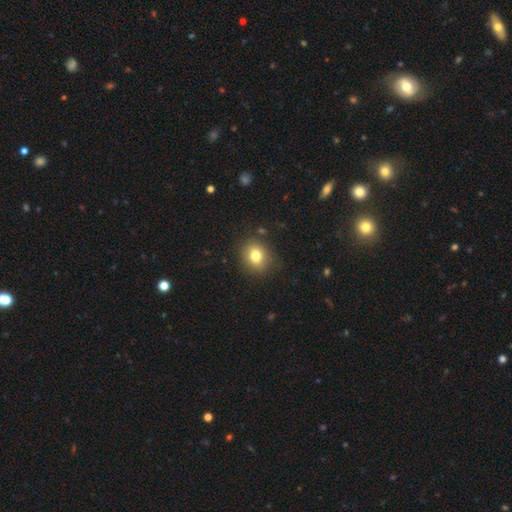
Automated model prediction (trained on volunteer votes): Morphology: type=smooth (80%); roundness=round (61%); merging=none (85%).